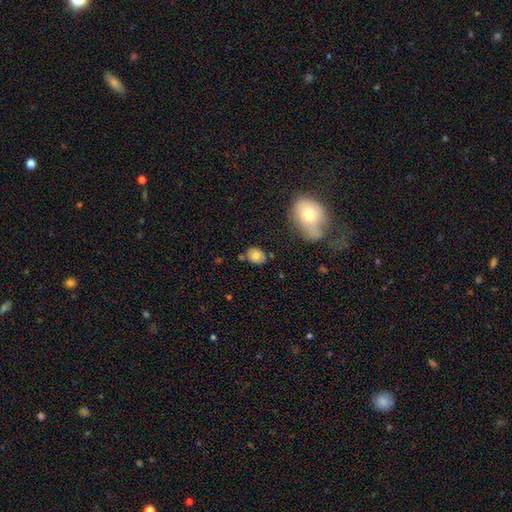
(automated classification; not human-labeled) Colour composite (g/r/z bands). It shows a smooth galaxy with no disk features (72%) that is in between round and cigar-shaped (52%). Merging: none (77%).